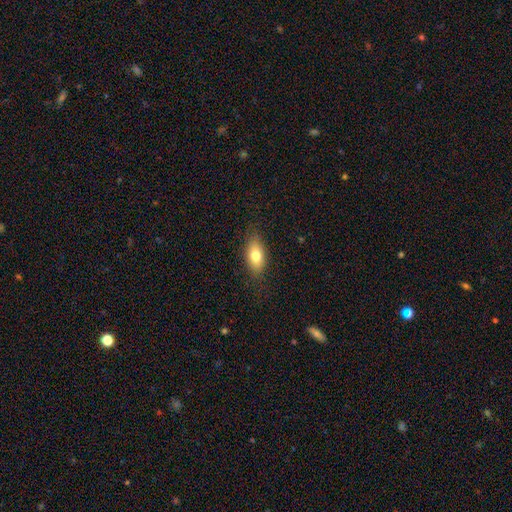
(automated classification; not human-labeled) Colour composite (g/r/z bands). It shows a smooth galaxy with no disk features (76%) that is in between round and cigar-shaped (86%). Merging: none (83%).